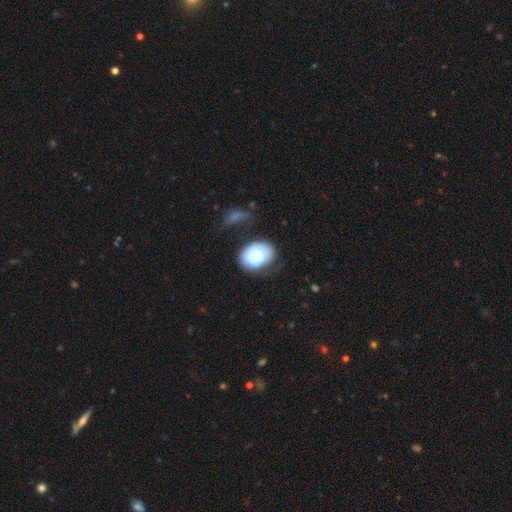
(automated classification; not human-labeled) Morphology: type=smooth (74%); roundness=in between (67%); merging=none (55%).